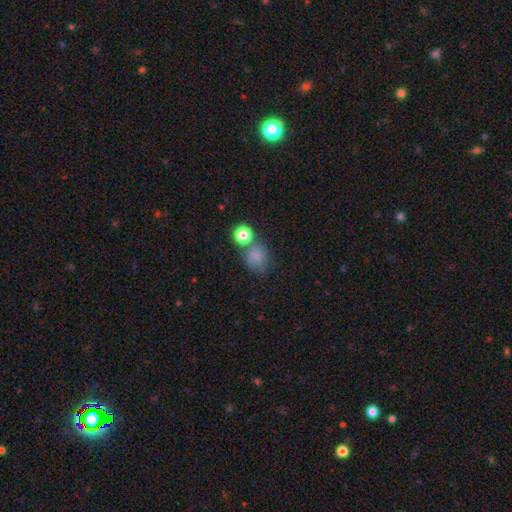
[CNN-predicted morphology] Smooth or featured? smooth (76%)
How rounded? round (71%)
Merging? none (54%)